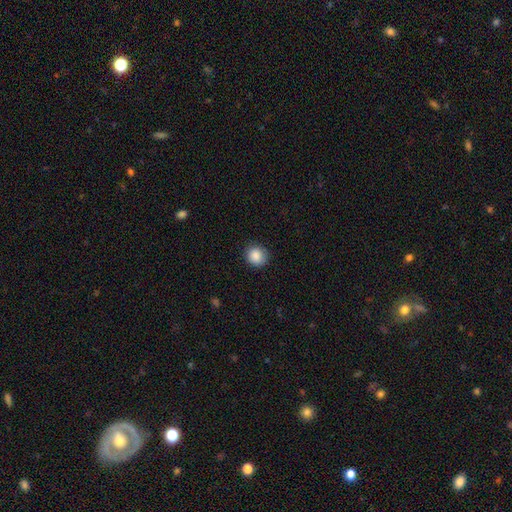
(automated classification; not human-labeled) smooth_or_featured: smooth (p=0.87) [alt: star or artifact p=0.09]
how_rounded: round (p=0.86) [alt: in between p=0.13]
merging: none (p=0.84) [alt: minor disturbance p=0.12]